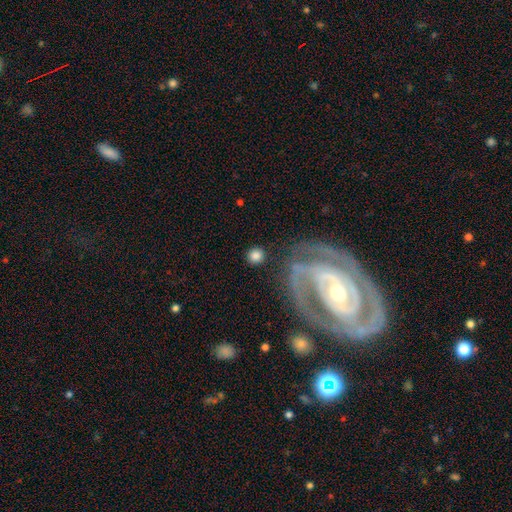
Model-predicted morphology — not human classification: Smooth or featured: smooth — 79% (featured or disk — 12%)
How rounded: round — 90% (in between — 9%)
Merging: none — 83% (minor disturbance — 7%)